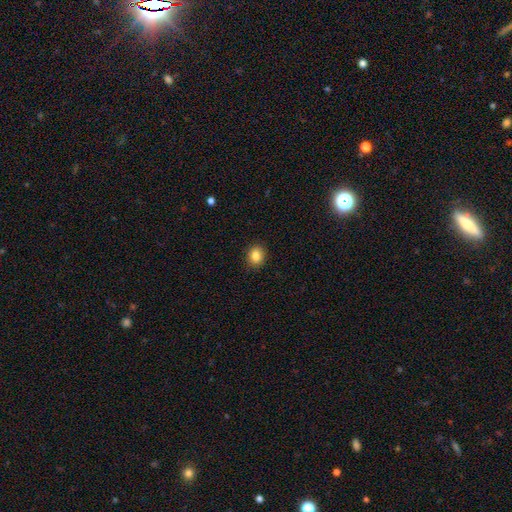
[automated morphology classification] Smooth or featured?
  - smooth: 85% *
  - star or artifact: 9%
  - featured or disk: 6%
How rounded?
  - round: 56% *
  - in between: 43%
  - cigar-shaped: 1%
Merging?
  - none: 89% *
  - minor disturbance: 8%
  - major disturbance: 2%
  - merger: 1%